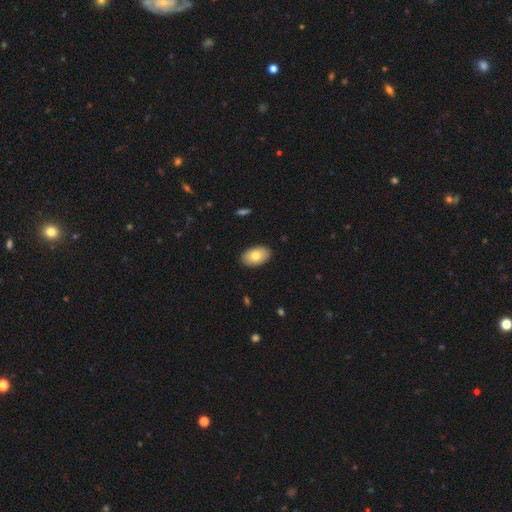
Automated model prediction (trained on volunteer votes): This appears to be a smooth galaxy with no disk features (80%) that is in between round and cigar-shaped (93%). Merging: none (89%).